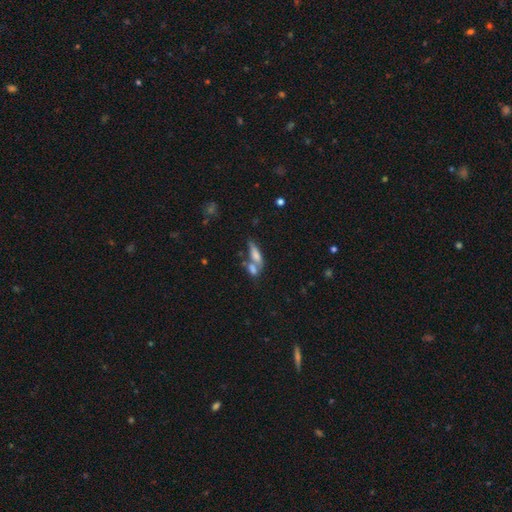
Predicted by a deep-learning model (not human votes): A smooth galaxy with no disk features (61%) that is in between round and cigar-shaped (48%).

Vote fractions:
- Smooth or featured? smooth: 61% / featured or disk: 29% / star or artifact: 10%
- How rounded? in between: 48% / cigar-shaped: 47% / round: 4%
- Merging? merger: 47% / none: 34% / minor disturbance: 12% / major disturbance: 6%